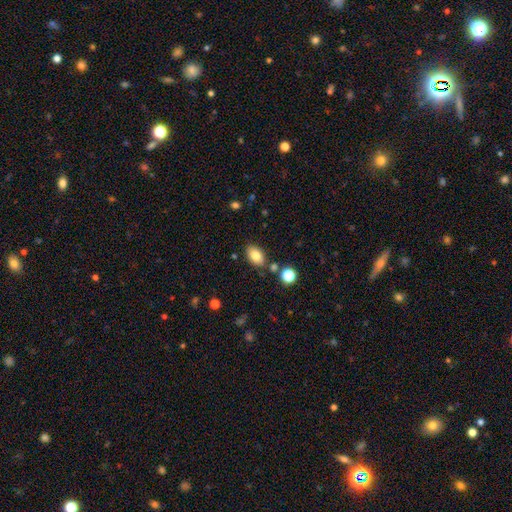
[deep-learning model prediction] This is clearly a smooth galaxy (82%). How rounded: clearly in between (90%). Merging: clearly none (81%).